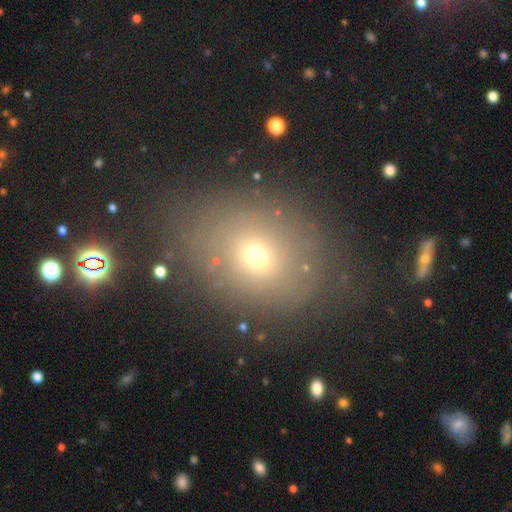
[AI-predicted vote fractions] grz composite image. It shows a smooth galaxy with no disk features (63%) that is round (55%). Merging: none (72%).